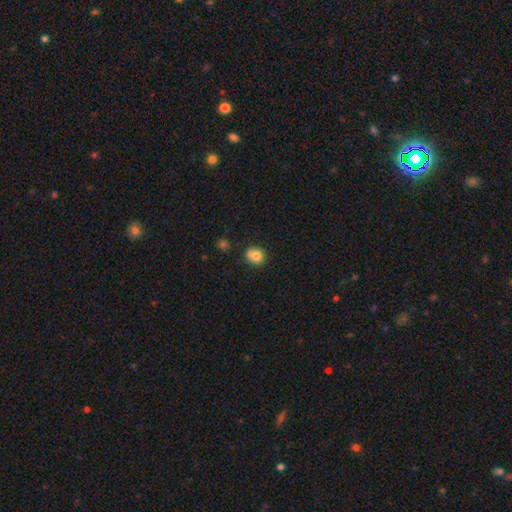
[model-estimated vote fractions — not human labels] The model was most divided on "merging": none: 61%, minor disturbance: 20%, merger: 15%, major disturbance: 5%. More confident: smooth or featured — smooth (80%); how rounded — round (78%).